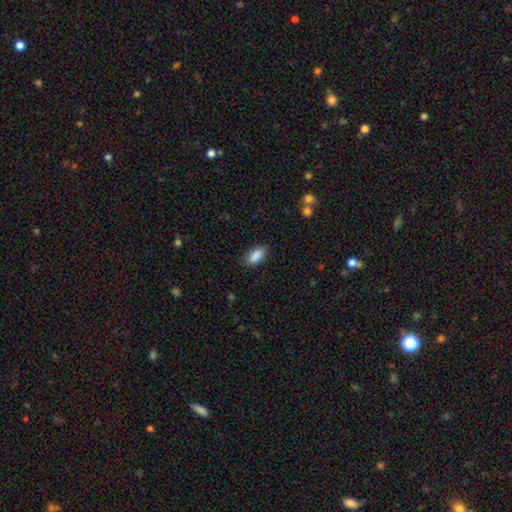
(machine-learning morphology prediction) This is clearly a smooth galaxy (89%). How rounded: clearly in between (91%). Merging: clearly none (84%).